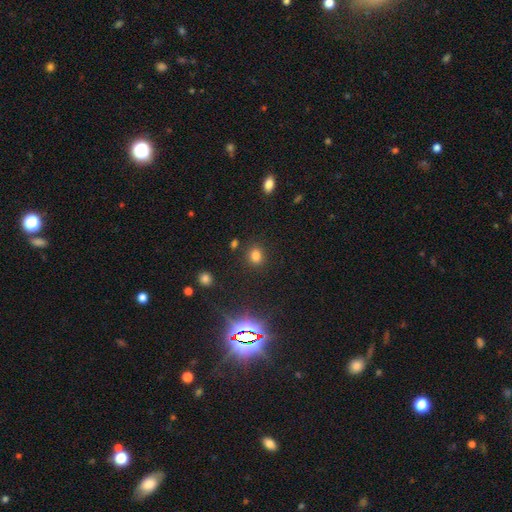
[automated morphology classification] This appears to be a smooth galaxy with no disk features (77%) that is round (65%). Merging: none (86%).